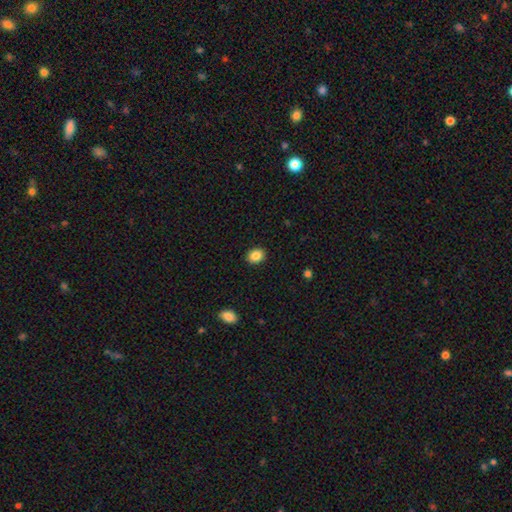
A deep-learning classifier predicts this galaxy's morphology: Smooth or featured? smooth (86%)
How rounded? round (51%)
Merging? none (91%)